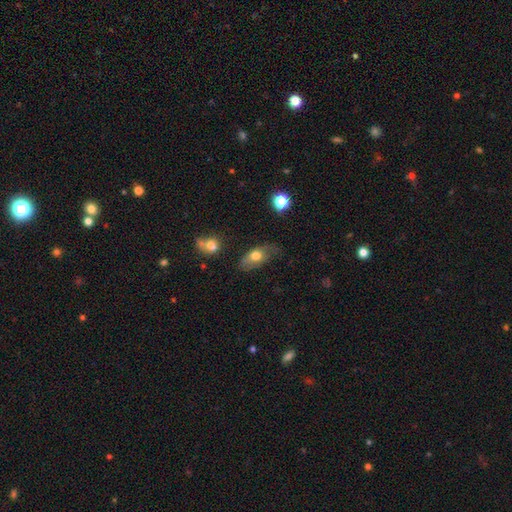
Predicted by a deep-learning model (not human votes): Q: Smooth or featured?
A: smooth (66%); runner-up: featured or disk (26%)
Q: How rounded?
A: in between (85%); runner-up: round (9%)
Q: Merging?
A: none (52%); runner-up: minor disturbance (30%)